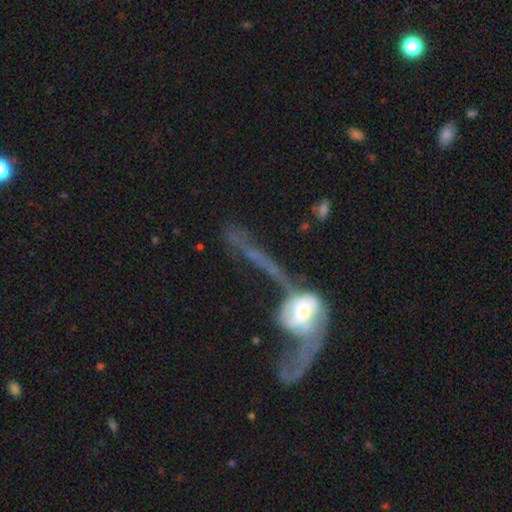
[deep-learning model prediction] Smooth or featured?
  - featured or disk: 62% *
  - smooth: 26%
  - star or artifact: 12%
Edge-on disk?
  - no: 79% *
  - yes: 21%
Merging?
  - major disturbance: 43% *
  - merger: 37%
  - none: 11%
  - minor disturbance: 8%